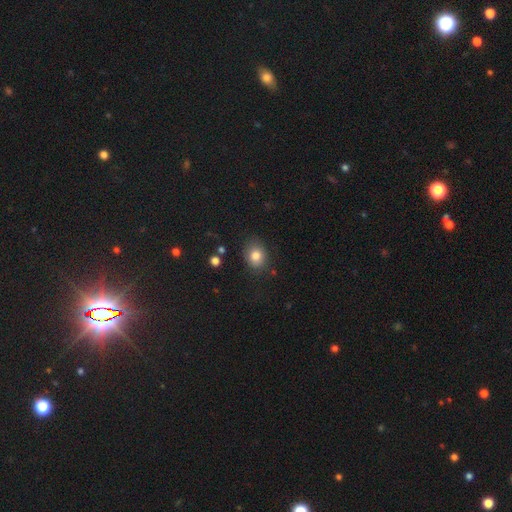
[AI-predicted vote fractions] Morphology: type=smooth (81%); roundness=round (51%); merging=none (80%).